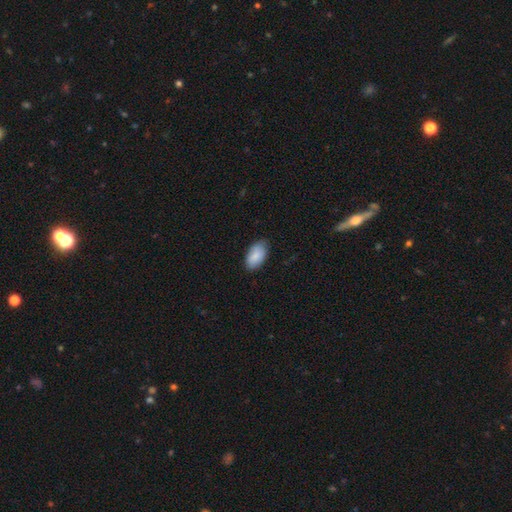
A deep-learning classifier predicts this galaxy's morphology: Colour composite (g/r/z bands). It shows a smooth galaxy with no disk features (86%) that is in between round and cigar-shaped (95%). Merging: none (81%).